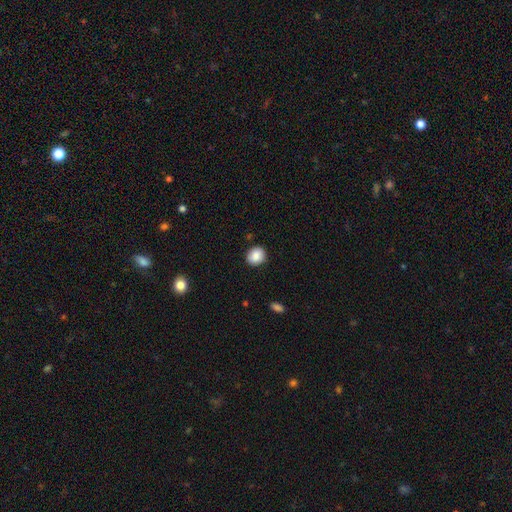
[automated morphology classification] Smooth or featured? smooth (87%)
How rounded? round (73%)
Merging? none (87%)